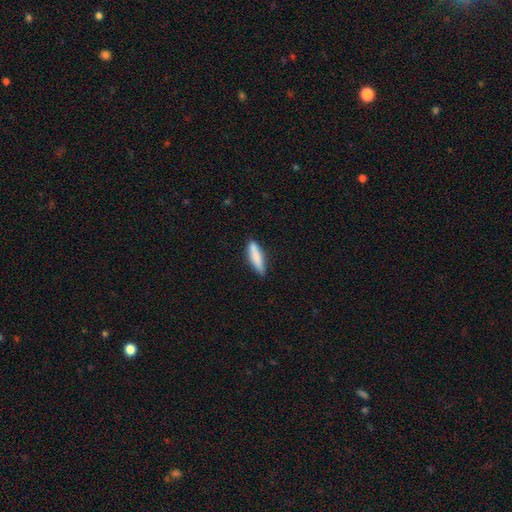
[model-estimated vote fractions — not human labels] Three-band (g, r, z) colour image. It shows a smooth galaxy with no disk features (81%) that is cigar-shaped (75%). Merging: none (78%).